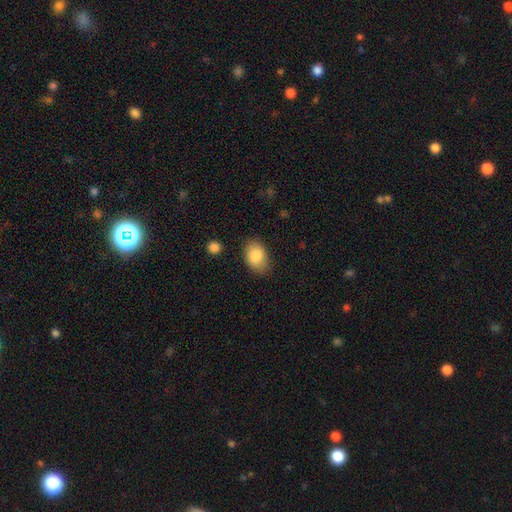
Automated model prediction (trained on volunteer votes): This appears to be a smooth galaxy with no disk features (86%) that is in between round and cigar-shaped (81%). Merging: none (76%).